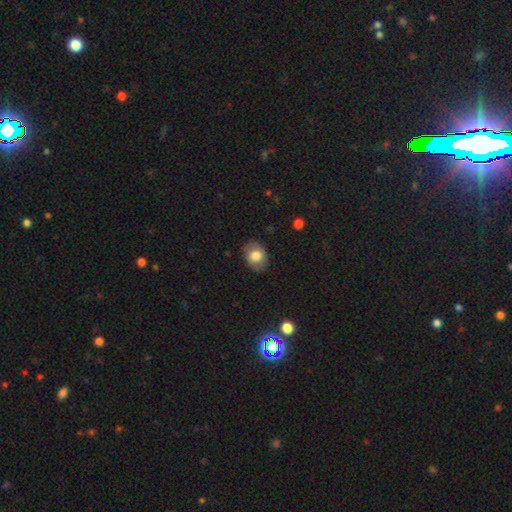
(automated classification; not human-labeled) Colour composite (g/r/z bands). It shows a smooth galaxy with no disk features (78%) that is in between round and cigar-shaped (66%). Merging: none (82%).